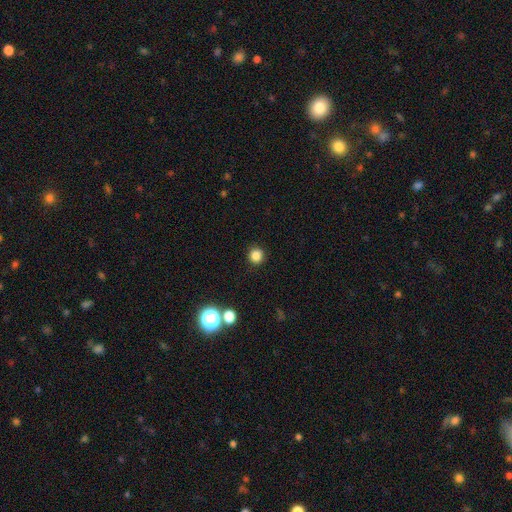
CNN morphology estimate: Smooth or featured? smooth (84%)
How rounded? round (92%)
Merging? none (91%)